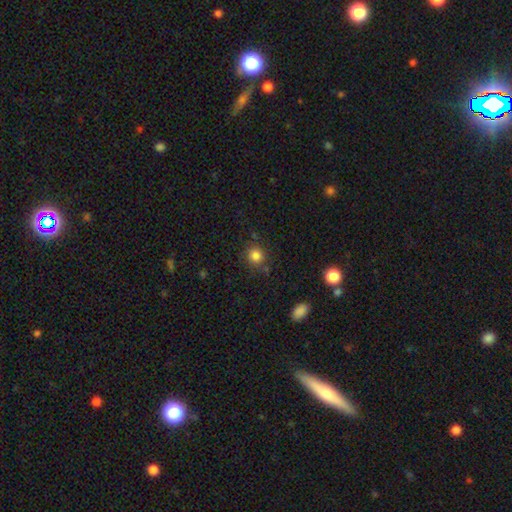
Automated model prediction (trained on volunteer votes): Q: Smooth or featured?
A: smooth (83%); runner-up: star or artifact (12%)
Q: How rounded?
A: round (88%); runner-up: in between (11%)
Q: Merging?
A: none (81%); runner-up: minor disturbance (12%)